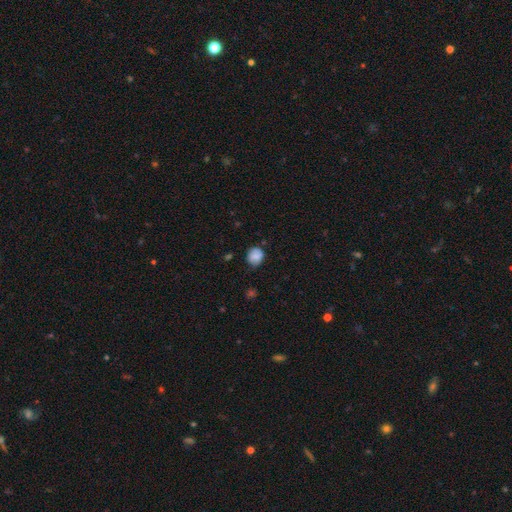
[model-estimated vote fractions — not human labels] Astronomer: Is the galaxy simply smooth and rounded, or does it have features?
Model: smooth — 83%.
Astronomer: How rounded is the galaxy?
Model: round — 74%.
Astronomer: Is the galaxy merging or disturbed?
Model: none — 70%.